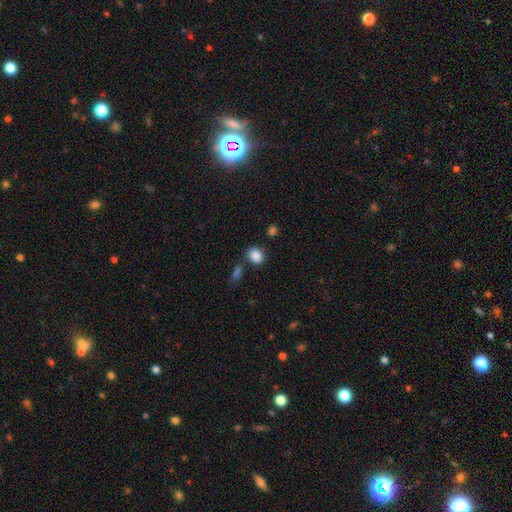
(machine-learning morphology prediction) This appears to be a smooth galaxy with no disk features (86%) that is in between round and cigar-shaped (55%). Merging: none (68%).